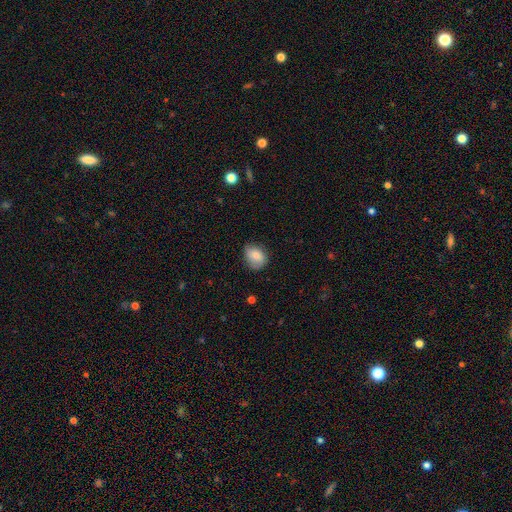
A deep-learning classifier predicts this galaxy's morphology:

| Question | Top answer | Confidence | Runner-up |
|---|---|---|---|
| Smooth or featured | smooth | 79% | featured or disk (14%) |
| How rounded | in between | 56% | round (43%) |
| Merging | none | 67% | minor disturbance (26%) |